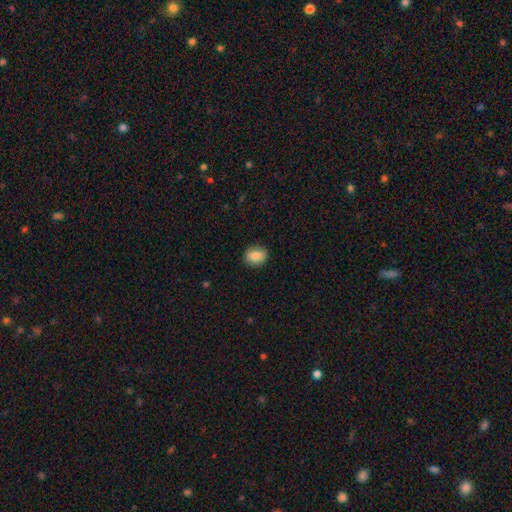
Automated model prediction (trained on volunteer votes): Q: Smooth or featured?
A: smooth (81%); runner-up: featured or disk (11%)
Q: How rounded?
A: round (59%); runner-up: in between (39%)
Q: Merging?
A: none (88%); runner-up: minor disturbance (9%)